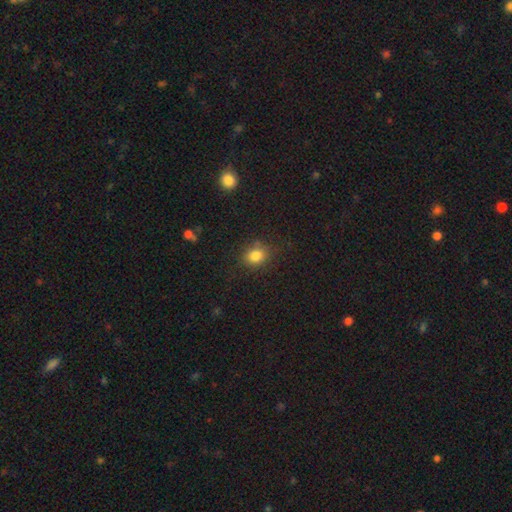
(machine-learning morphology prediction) Smooth or featured? smooth (82%)
How rounded? round (56%)
Merging? none (79%)